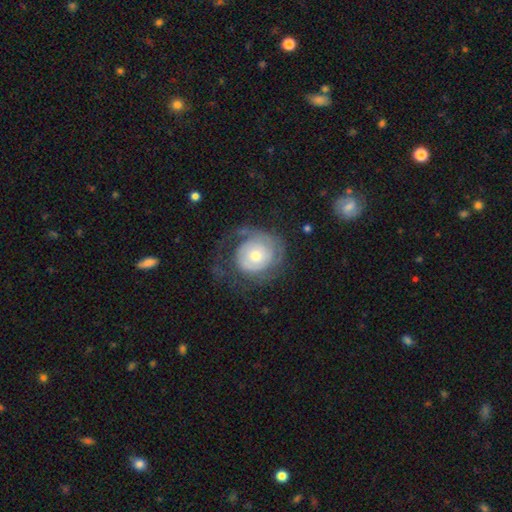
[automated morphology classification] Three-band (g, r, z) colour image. It shows a featured or disk galaxy (68%) with no bar (79%), tight (60%) spiral arms (80%) and a moderate central bulge (54%). Merging: none (53%).